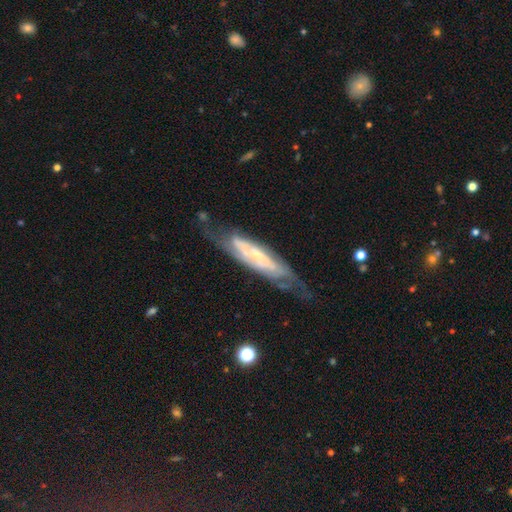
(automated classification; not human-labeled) This is likely a featured or disk galaxy (78%). It is likely not viewed edge-on (67%). Bar: possibly no (46%). Spiral arm pattern: clearly yes (88%). Central bulge: possibly small (59%). Merging: likely none (62%).